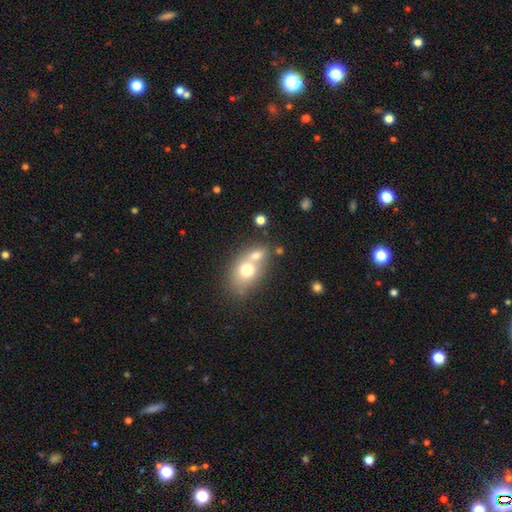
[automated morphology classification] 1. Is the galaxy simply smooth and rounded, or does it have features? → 68% smooth, 22% featured or disk, 10% star or artifact.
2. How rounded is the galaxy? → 63% in between, 35% round, 2% cigar-shaped.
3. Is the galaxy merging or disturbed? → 54% merger, 32% none, 9% minor disturbance, 5% major disturbance.